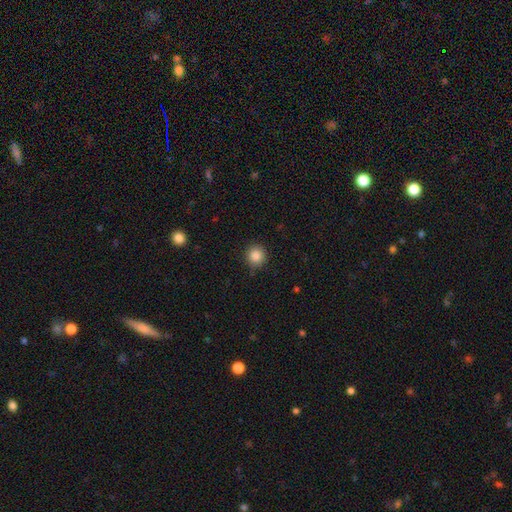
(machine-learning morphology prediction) Smooth or featured?
  - smooth: 86% *
  - star or artifact: 10%
  - featured or disk: 4%
How rounded?
  - round: 93% *
  - in between: 6%
  - cigar-shaped: 1%
Merging?
  - none: 88% *
  - minor disturbance: 9%
  - major disturbance: 2%
  - merger: 1%